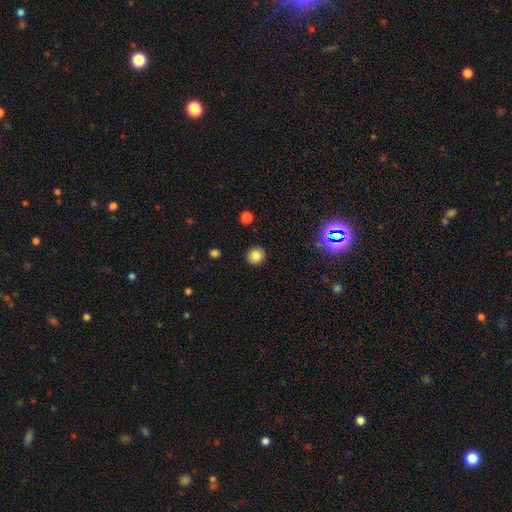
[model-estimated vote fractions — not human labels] A smooth galaxy with no disk features (82%) that is round (91%). Merging: none (91%).